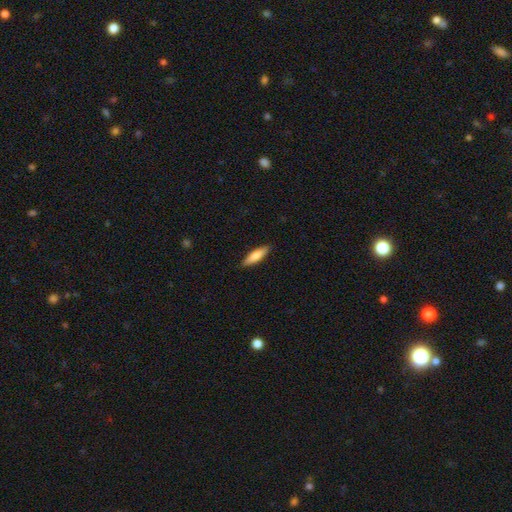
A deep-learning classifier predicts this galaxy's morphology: Smooth or featured? Predicted: smooth (p=0.76). How rounded? Predicted: cigar-shaped (p=0.65). Merging? Predicted: none (p=0.89).